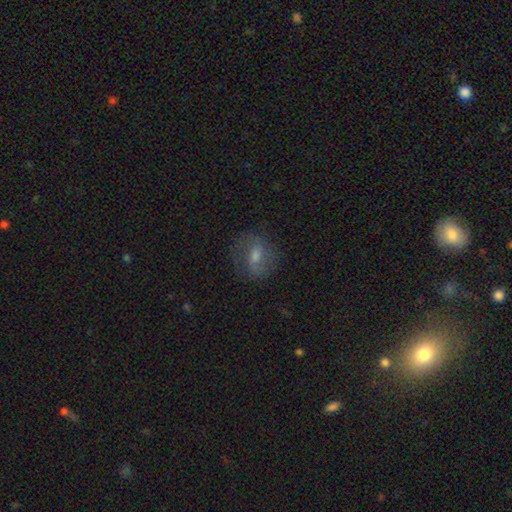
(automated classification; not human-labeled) Smooth or featured? featured or disk (49%)
Merging? none (74%)